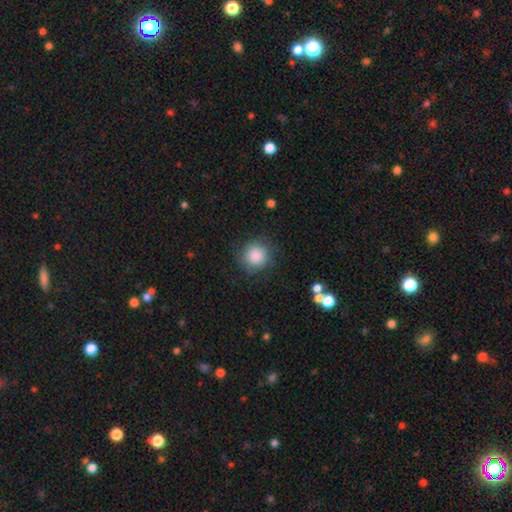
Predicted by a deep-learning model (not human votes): Smooth or featured? Predicted: smooth (p=0.87). How rounded? Predicted: round (p=0.93). Merging? Predicted: none (p=0.83).